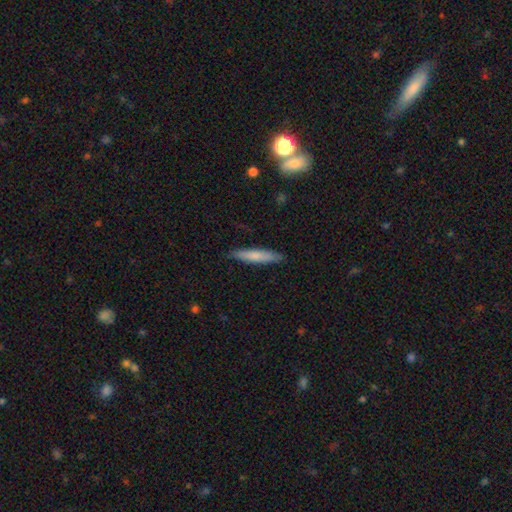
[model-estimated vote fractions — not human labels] This is likely a smooth galaxy (74%). How rounded: clearly cigar-shaped (90%). Merging: clearly none (88%).